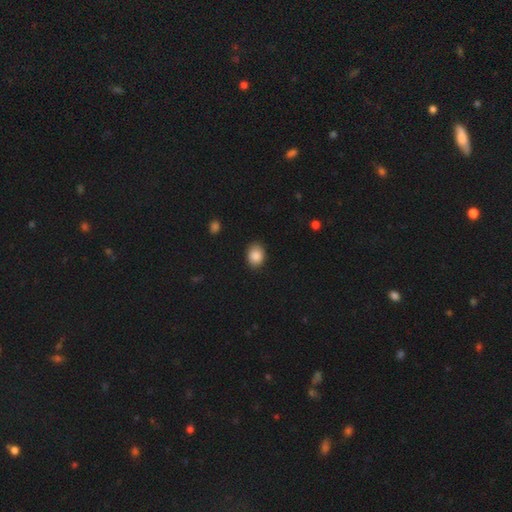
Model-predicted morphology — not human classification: Smooth or featured: smooth — 87% (star or artifact — 9%)
How rounded: in between — 54% (round — 46%)
Merging: none — 84% (minor disturbance — 12%)